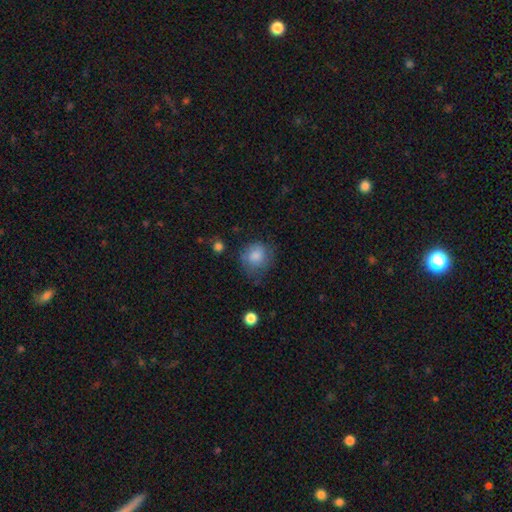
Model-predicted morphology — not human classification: Smooth or featured: smooth — 81% (featured or disk — 11%)
How rounded: round — 79% (in between — 20%)
Merging: none — 57% (minor disturbance — 28%)